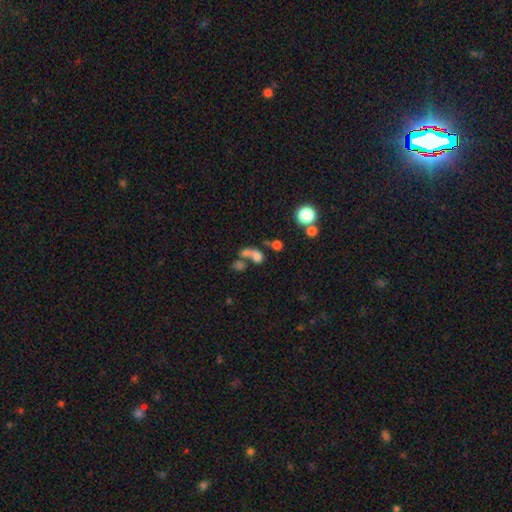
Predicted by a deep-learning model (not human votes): This appears to be a smooth galaxy with no disk features (63%) that is in between round and cigar-shaped (52%). Merging: merger (55%).